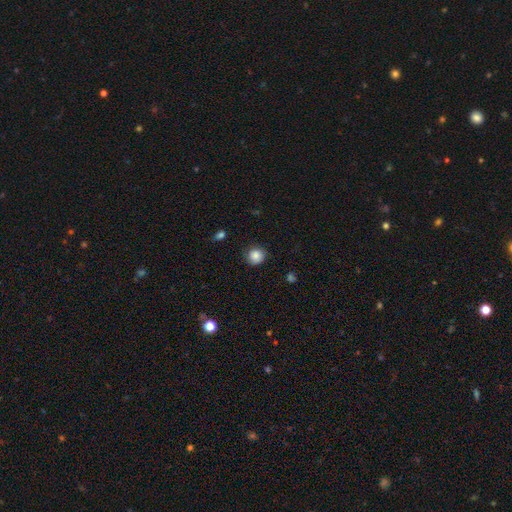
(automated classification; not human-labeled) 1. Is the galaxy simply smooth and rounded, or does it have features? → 85% smooth, 10% star or artifact, 5% featured or disk.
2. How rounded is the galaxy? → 89% round, 10% in between, 1% cigar-shaped.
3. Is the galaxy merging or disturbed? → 84% none, 12% minor disturbance, 3% major disturbance, 1% merger.